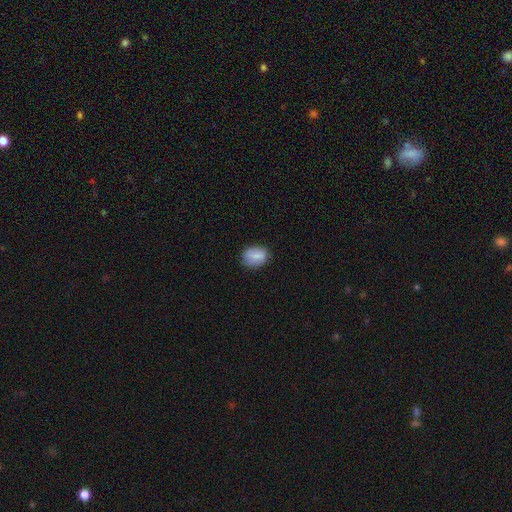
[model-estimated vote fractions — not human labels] Smooth or featured: smooth — 81% (featured or disk — 11%)
How rounded: in between — 66% (round — 33%)
Merging: none — 75% (minor disturbance — 20%)